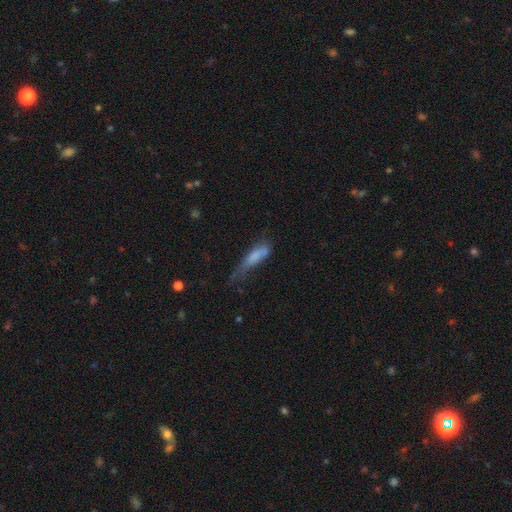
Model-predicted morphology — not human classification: Smooth or featured: smooth — 70% (featured or disk — 21%)
How rounded: cigar-shaped — 56% (in between — 42%)
Merging: minor disturbance — 34% (major disturbance — 33%)